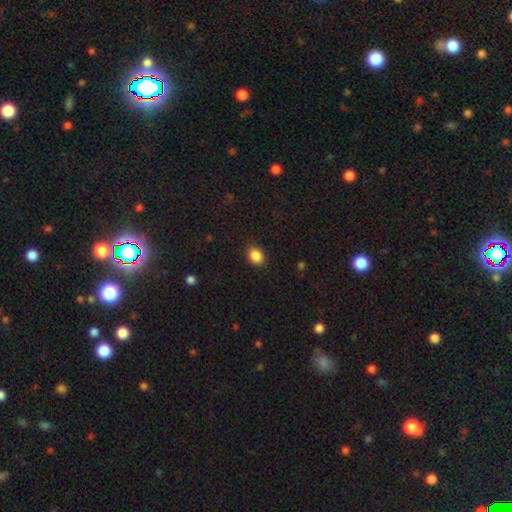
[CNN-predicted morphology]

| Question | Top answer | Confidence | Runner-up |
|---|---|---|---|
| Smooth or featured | smooth | 88% | star or artifact (9%) |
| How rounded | in between | 59% | round (40%) |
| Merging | none | 87% | minor disturbance (9%) |